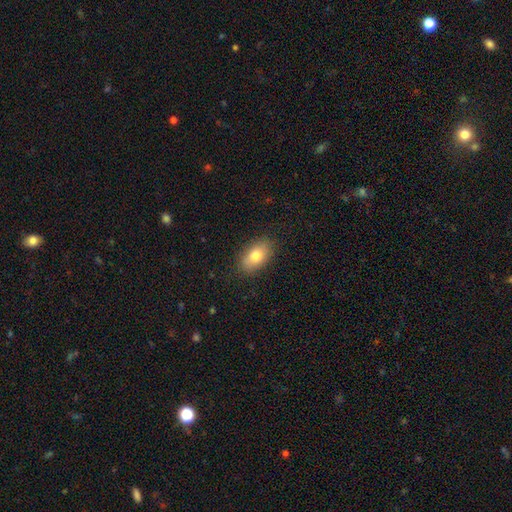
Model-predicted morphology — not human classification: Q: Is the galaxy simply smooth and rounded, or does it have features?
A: smooth — 79%.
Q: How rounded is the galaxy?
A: in between — 90%.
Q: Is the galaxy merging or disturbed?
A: none — 85%.